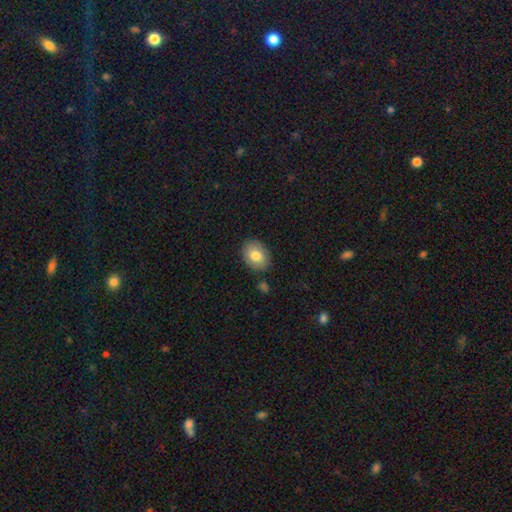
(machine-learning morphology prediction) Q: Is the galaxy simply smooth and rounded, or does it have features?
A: smooth — 79%.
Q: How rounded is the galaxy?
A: in between — 64%.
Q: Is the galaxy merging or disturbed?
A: none — 84%.